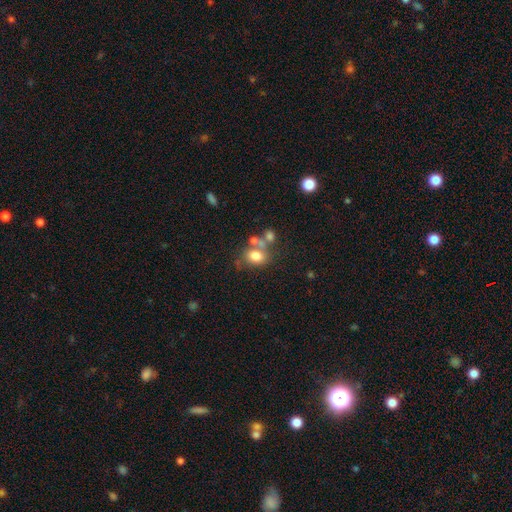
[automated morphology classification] The model was most divided on "merging": none: 44%, merger: 31%, minor disturbance: 15%, major disturbance: 10%. More confident: smooth or featured — smooth (73%); how rounded — in between (58%).